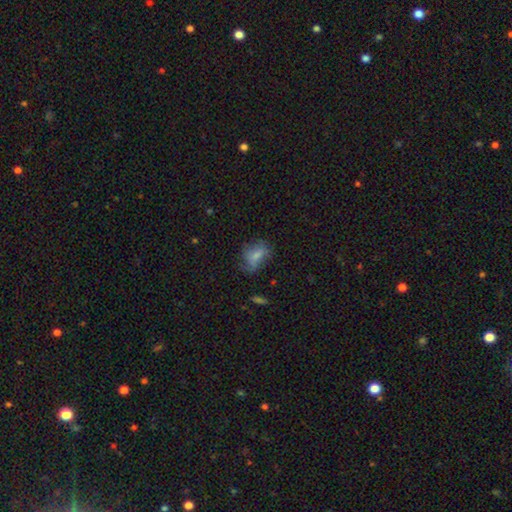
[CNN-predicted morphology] A smooth galaxy with no disk features (67%) that is in between round and cigar-shaped (78%). Merging: none (47%).